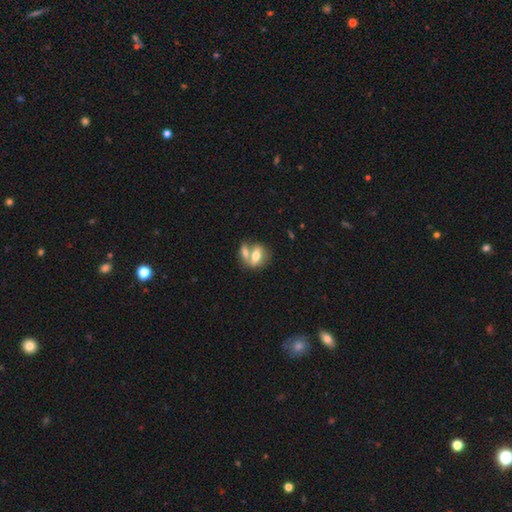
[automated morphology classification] A smooth galaxy with no disk features (62%) that is in between round and cigar-shaped (70%). Merging: merger (53%).